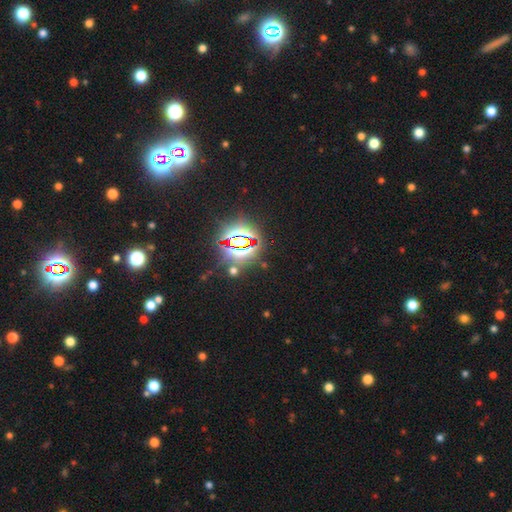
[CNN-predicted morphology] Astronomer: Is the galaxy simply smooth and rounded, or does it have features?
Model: star or artifact — 82%.